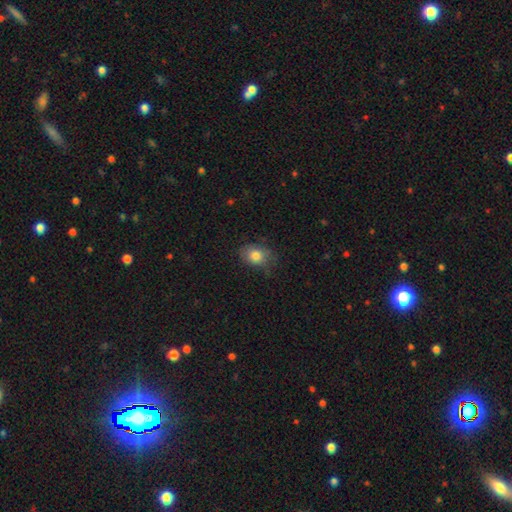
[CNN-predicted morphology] Smooth or featured? Predicted: smooth (p=0.81). How rounded? Predicted: in between (p=0.59). Merging? Predicted: none (p=0.61).